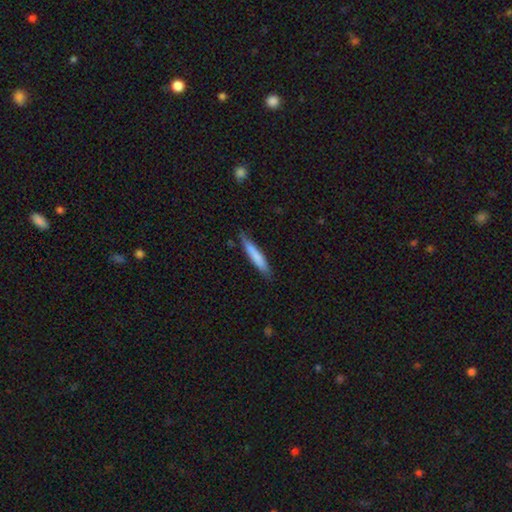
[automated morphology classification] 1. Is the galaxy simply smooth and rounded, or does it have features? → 75% smooth, 19% featured or disk, 5% star or artifact.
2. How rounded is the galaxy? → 91% cigar-shaped, 8% in between, 1% round.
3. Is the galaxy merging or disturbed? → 79% none, 16% minor disturbance, 2% major disturbance, 2% merger.